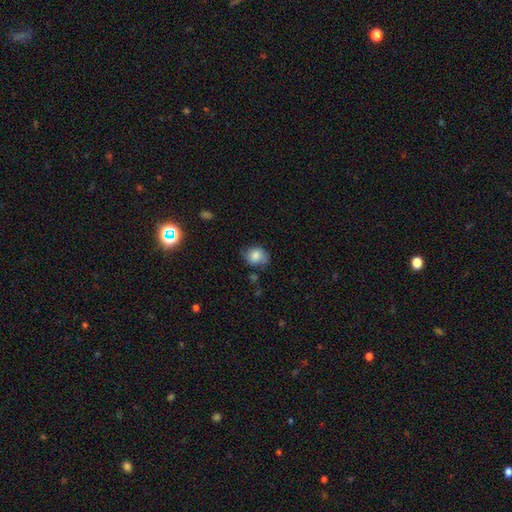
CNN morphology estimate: smooth-or-featured: smooth: 75% | featured or disk: 16% | star or artifact: 9%
  how-rounded: round: 54% | in between: 45% | cigar-shaped: 1%
  merging: none: 57% | minor disturbance: 30% | major disturbance: 9% | merger: 4%